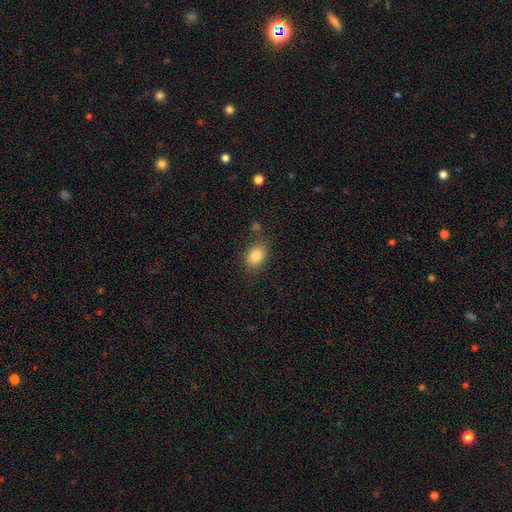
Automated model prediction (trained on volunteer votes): Morphology: type=smooth (84%); roundness=in between (71%); merging=none (77%).